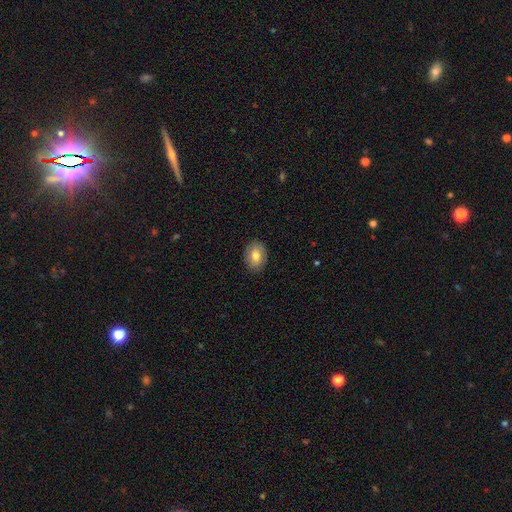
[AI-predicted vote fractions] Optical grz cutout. It shows a smooth galaxy with no disk features (78%) that is in between round and cigar-shaped (72%). Merging: none (87%).